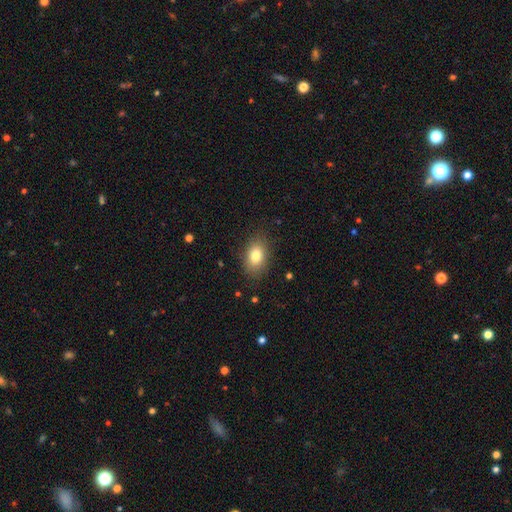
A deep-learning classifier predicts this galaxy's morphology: Smooth or featured?
  - smooth: 80% *
  - featured or disk: 10%
  - star or artifact: 9%
How rounded?
  - in between: 82% *
  - round: 17%
  - cigar-shaped: 2%
Merging?
  - none: 84% *
  - minor disturbance: 12%
  - major disturbance: 3%
  - merger: 1%